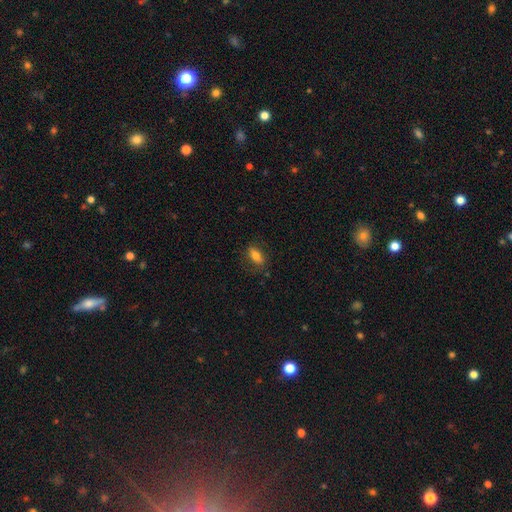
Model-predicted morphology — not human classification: The model was most divided on "smooth or featured": smooth: 73%, featured or disk: 19%, star or artifact: 8%. More confident: how rounded — in between (80%); merging — none (78%).